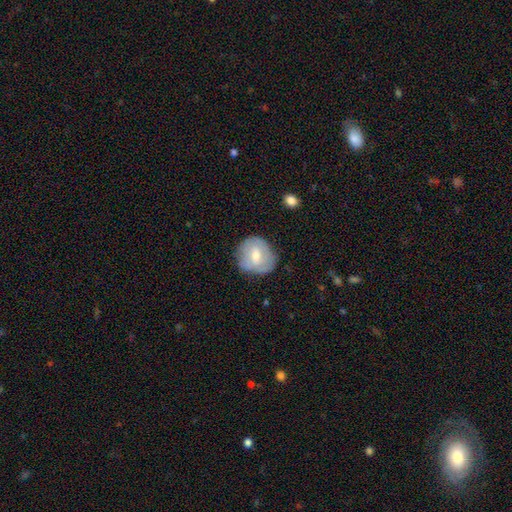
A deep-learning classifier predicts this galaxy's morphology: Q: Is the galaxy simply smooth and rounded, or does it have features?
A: smooth — 54%.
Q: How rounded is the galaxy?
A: round — 77%.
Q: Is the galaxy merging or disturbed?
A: none — 70%.